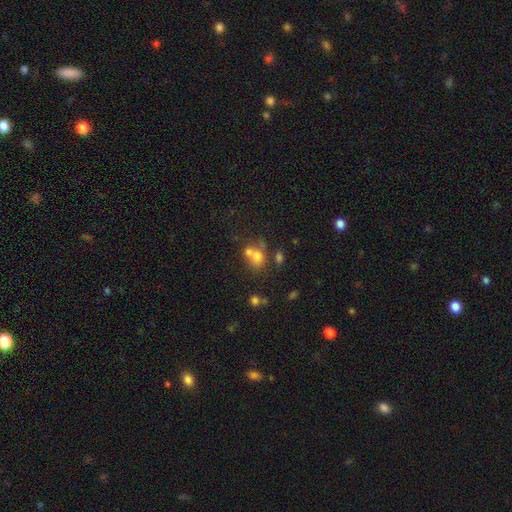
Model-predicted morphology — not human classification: smooth-or-featured: smooth: 69% | featured or disk: 17% | star or artifact: 14%
  how-rounded: round: 55% | in between: 44% | cigar-shaped: 1%
  merging: merger: 50% | none: 33% | minor disturbance: 10% | major disturbance: 7%